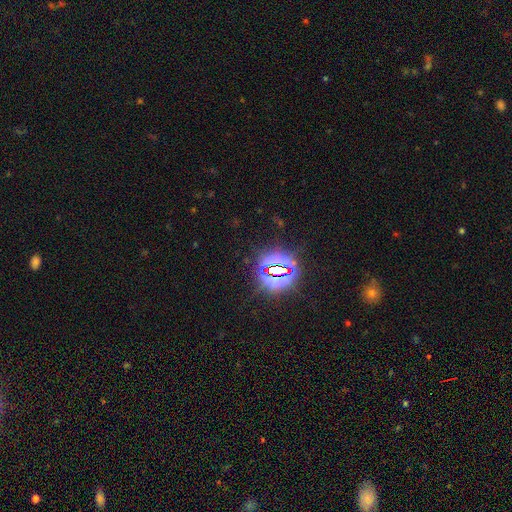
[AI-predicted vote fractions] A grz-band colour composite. It shows a star or artifact, not a galaxy (77%).